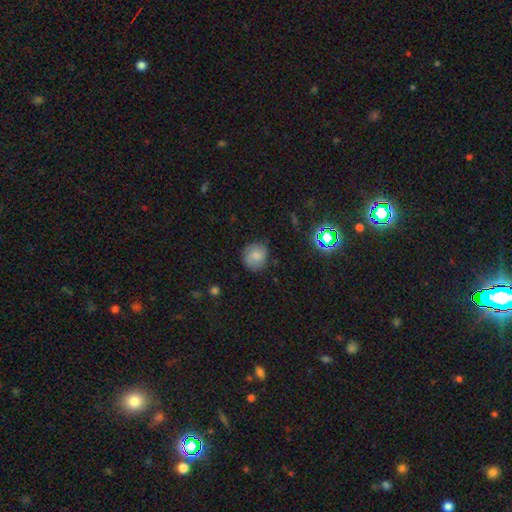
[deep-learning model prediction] Q: Smooth or featured?
A: smooth (74%); runner-up: featured or disk (14%)
Q: How rounded?
A: round (83%); runner-up: in between (16%)
Q: Merging?
A: none (78%); runner-up: minor disturbance (17%)